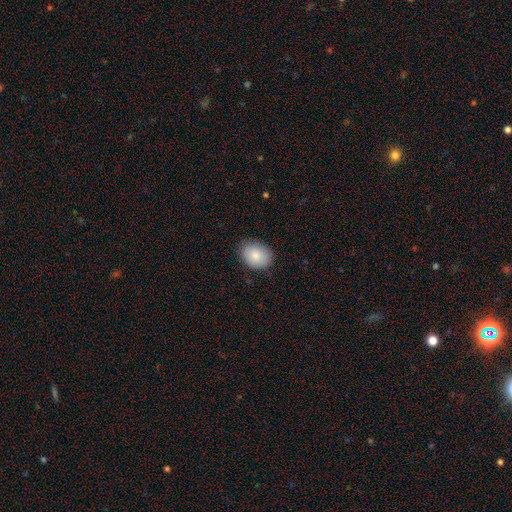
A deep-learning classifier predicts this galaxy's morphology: Overall: smooth (85%). How rounded: in between (61%; round 38%). Merging: none (84%).